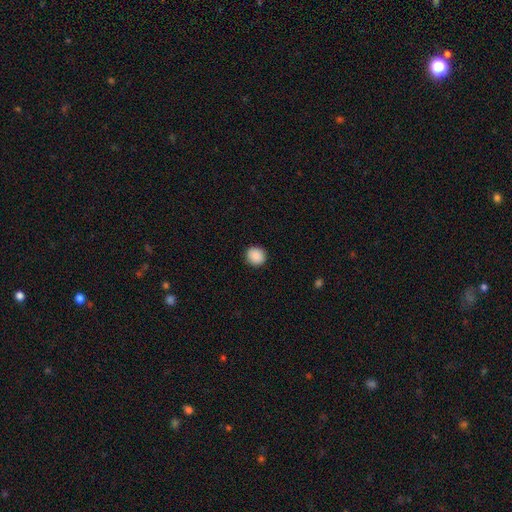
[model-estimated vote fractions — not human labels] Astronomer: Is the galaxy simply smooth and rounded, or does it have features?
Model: smooth — 89%.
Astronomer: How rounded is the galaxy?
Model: round — 89%.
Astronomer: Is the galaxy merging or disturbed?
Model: none — 92%.